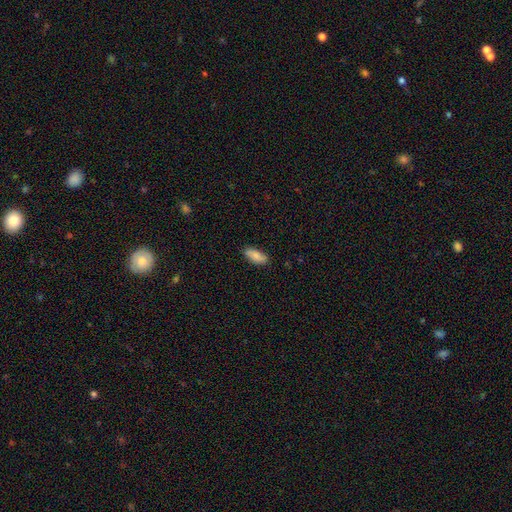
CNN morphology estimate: Smooth or featured? smooth (83%)
How rounded? in between (82%)
Merging? none (81%)